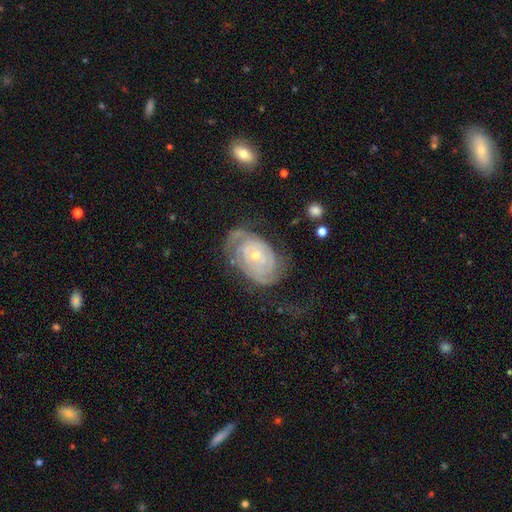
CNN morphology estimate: A featured or disk galaxy (82%) with no bar (73%), tight (69%) spiral arms (89%) and a small central bulge (68%). Merging: none (57%).